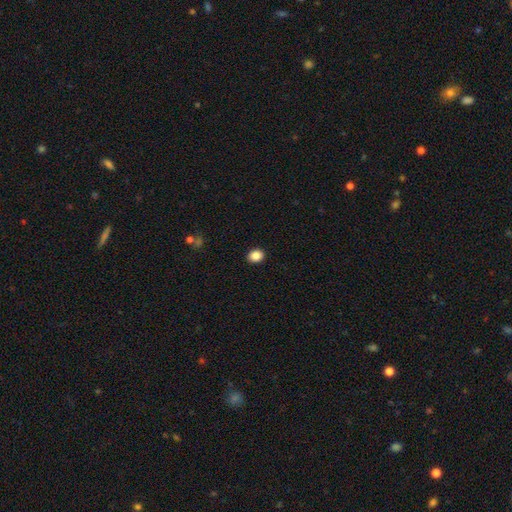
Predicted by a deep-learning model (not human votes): Smooth or featured? smooth (87%)
How rounded? round (50%)
Merging? none (91%)